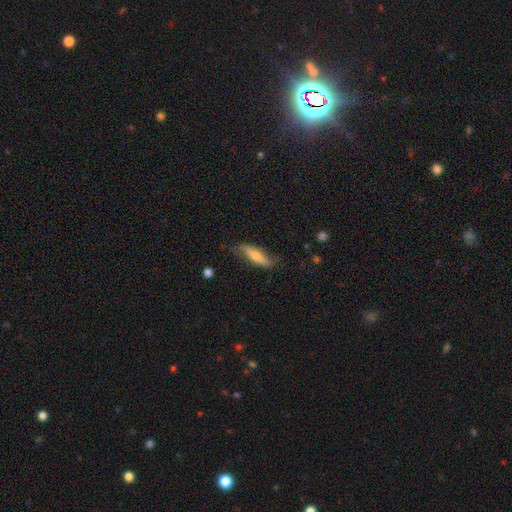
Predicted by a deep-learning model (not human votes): Morphology: type=smooth (56%); roundness=cigar-shaped (61%); merging=none (68%).